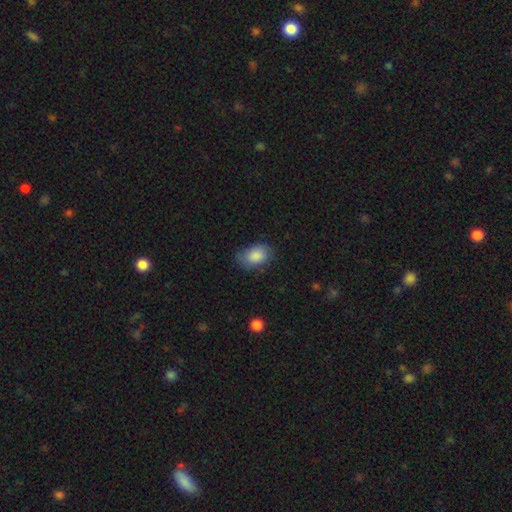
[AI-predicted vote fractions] Smooth or featured: smooth — 85% (featured or disk — 8%)
How rounded: in between — 85% (round — 14%)
Merging: none — 67% (minor disturbance — 25%)